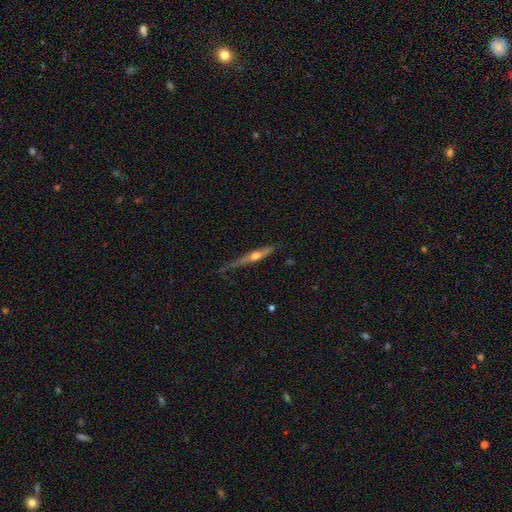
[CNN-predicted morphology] Smooth or featured? featured or disk (65%)
Edge-on disk? yes (96%)
Edge-on bulge? rounded (90%)
Merging? none (61%)